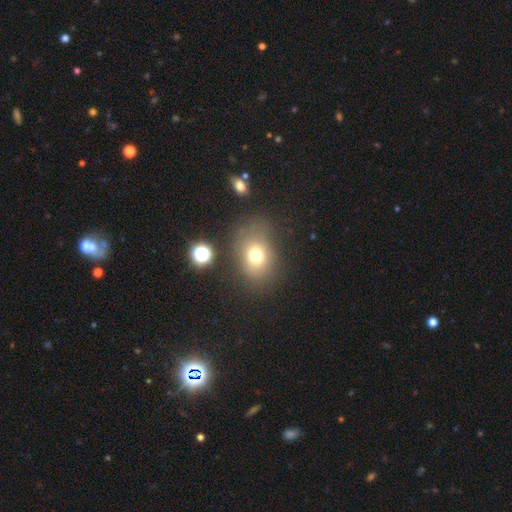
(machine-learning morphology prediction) smooth-or-featured: smooth: 71% | star or artifact: 16% | featured or disk: 13%
  how-rounded: in between: 50% | round: 49% | cigar-shaped: 1%
  merging: none: 68% | minor disturbance: 17% | major disturbance: 11% | merger: 4%